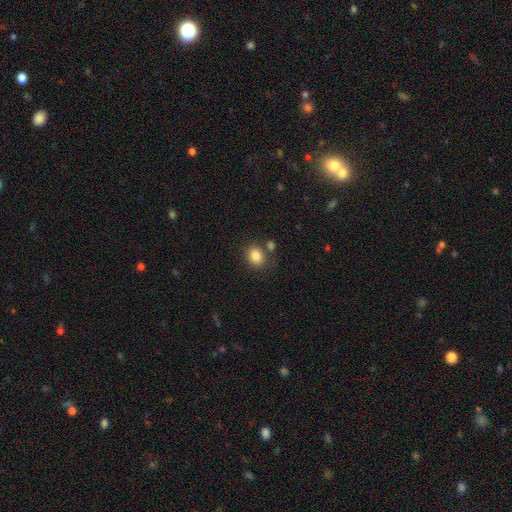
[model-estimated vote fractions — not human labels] Smooth or featured? Predicted: smooth (p=0.84). How rounded? Predicted: in between (p=0.52). Merging? Predicted: none (p=0.71).